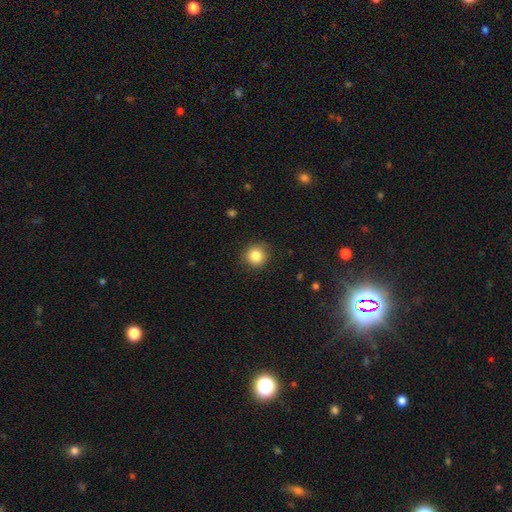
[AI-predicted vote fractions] This is clearly a smooth galaxy (85%). How rounded: clearly round (92%). Merging: clearly none (89%).